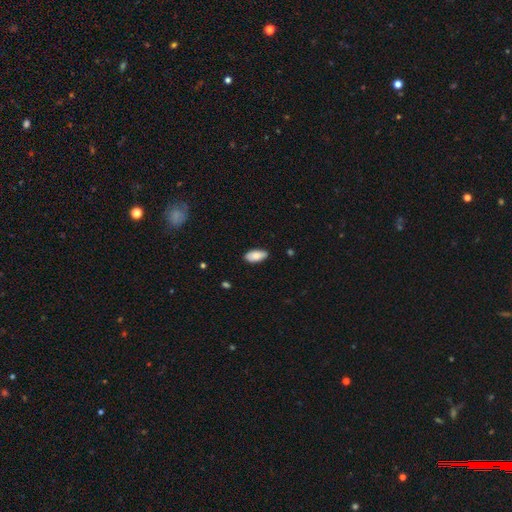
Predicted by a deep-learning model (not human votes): smooth 85%, featured or disk 8%, star or artifact 6%. Down the decision tree: how rounded — in between (92%); merging — none (86%).